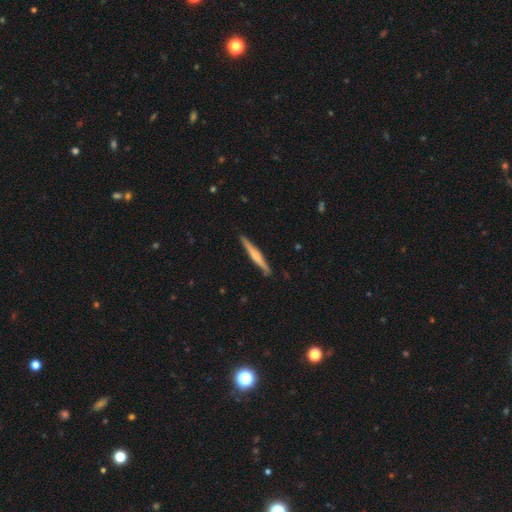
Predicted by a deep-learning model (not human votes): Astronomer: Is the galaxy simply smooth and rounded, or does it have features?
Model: featured or disk — 61%.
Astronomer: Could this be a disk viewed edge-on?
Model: yes — 98%.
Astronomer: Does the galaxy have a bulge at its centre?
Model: rounded — 69%.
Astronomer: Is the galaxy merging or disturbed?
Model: none — 90%.